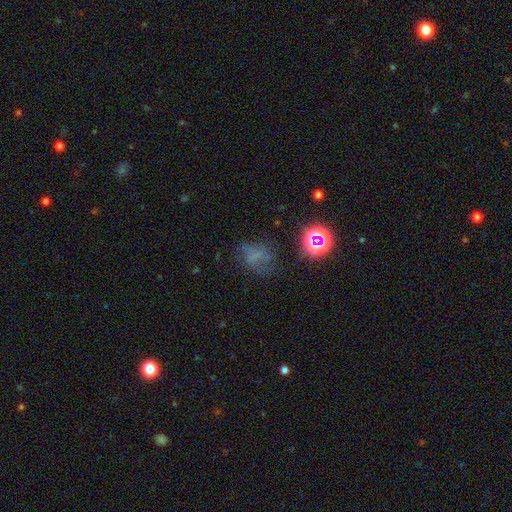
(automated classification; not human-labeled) Smooth or featured?
  - smooth: 41% *
  - star or artifact: 32%
  - featured or disk: 27%
Merging?
  - none: 54% *
  - minor disturbance: 22%
  - major disturbance: 21%
  - merger: 4%